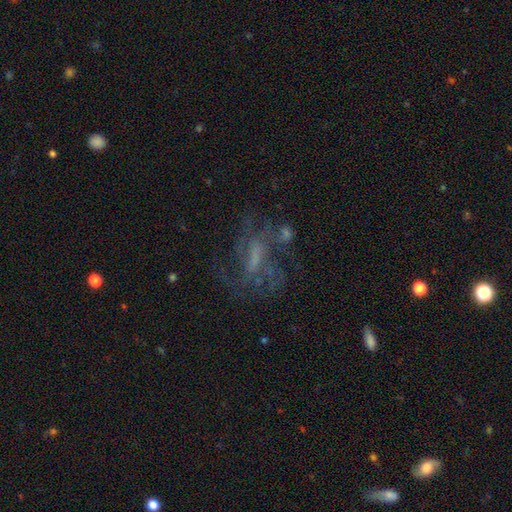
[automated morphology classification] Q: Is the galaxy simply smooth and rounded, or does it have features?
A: featured or disk — 61%.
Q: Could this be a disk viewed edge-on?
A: no — 93%.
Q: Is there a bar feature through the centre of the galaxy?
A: weak — 41%.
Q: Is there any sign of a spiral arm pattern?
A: yes — 65%.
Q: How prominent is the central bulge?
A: none — 47%.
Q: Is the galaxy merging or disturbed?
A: none — 49%.